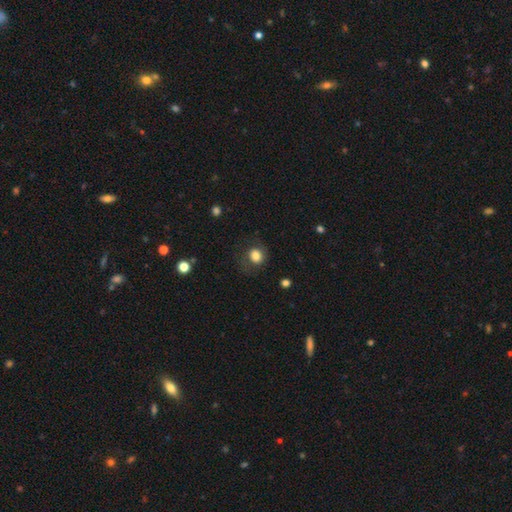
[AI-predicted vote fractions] This is clearly a smooth galaxy (81%). How rounded: likely round (68%). Merging: likely none (72%).